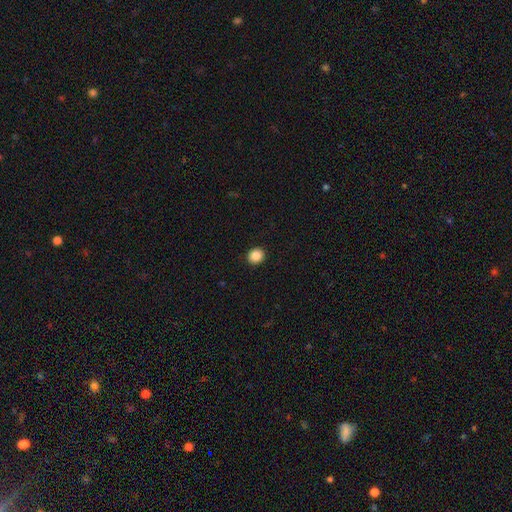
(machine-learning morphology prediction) smooth_or_featured: smooth (p=0.87) [alt: star or artifact p=0.09]
how_rounded: round (p=0.81) [alt: in between p=0.19]
merging: none (p=0.92) [alt: minor disturbance p=0.05]